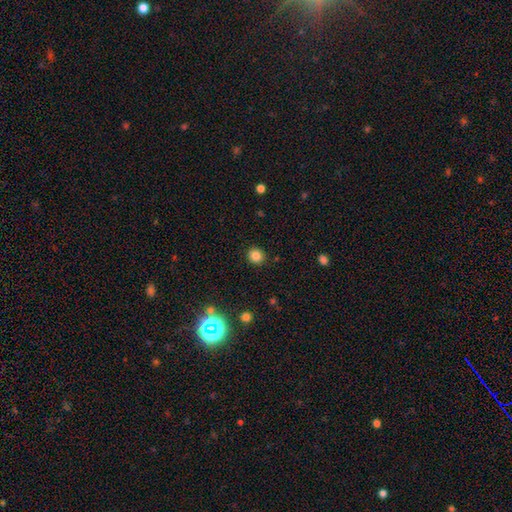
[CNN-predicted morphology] Overall: smooth (83%). How rounded: round (83%). Merging: none (90%).